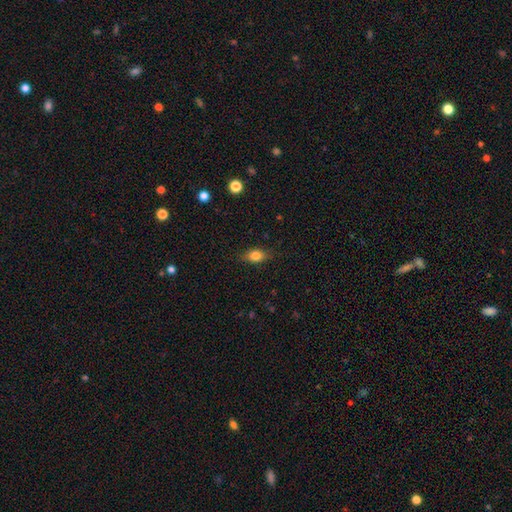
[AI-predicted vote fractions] Smooth or featured: smooth — 78% (featured or disk — 13%)
How rounded: in between — 75% (round — 17%)
Merging: none — 82% (minor disturbance — 14%)